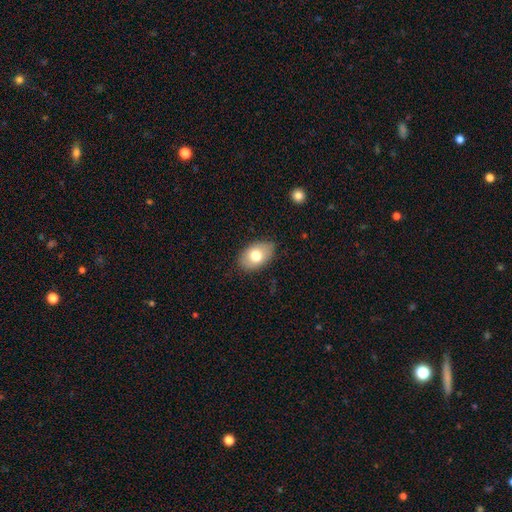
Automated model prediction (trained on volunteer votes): This is likely a smooth galaxy (74%). How rounded: clearly in between (87%). Merging: clearly none (82%).